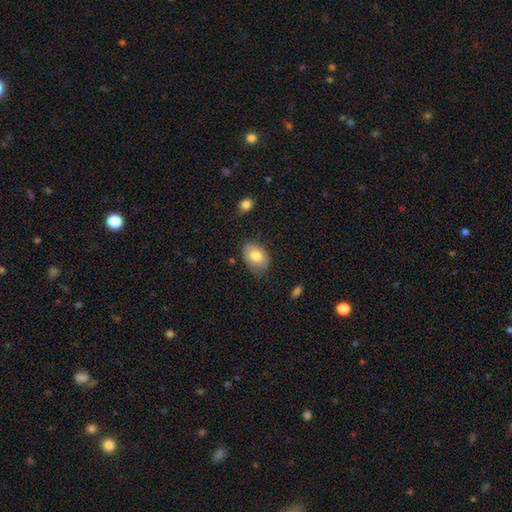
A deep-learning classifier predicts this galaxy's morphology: Q: Smooth or featured?
A: smooth (77%); runner-up: featured or disk (16%)
Q: How rounded?
A: in between (83%); runner-up: round (16%)
Q: Merging?
A: none (70%); runner-up: minor disturbance (24%)